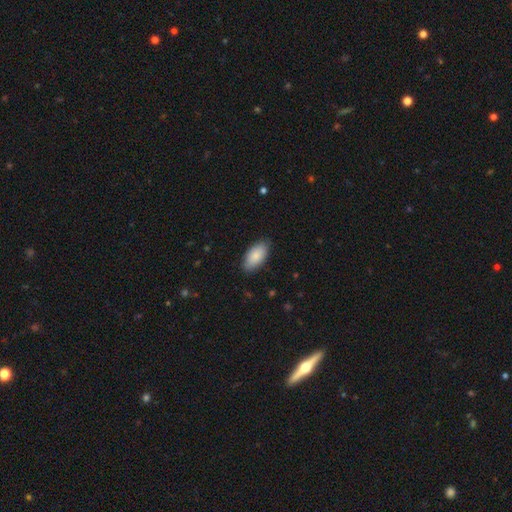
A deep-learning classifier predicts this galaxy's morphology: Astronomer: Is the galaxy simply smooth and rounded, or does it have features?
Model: smooth — 85%.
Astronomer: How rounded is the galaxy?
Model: in between — 95%.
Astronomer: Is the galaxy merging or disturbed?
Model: none — 85%.